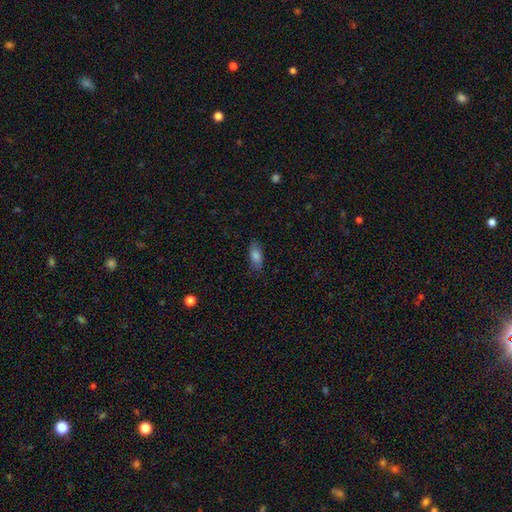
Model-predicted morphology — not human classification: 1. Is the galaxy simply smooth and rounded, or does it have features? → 77% smooth, 14% featured or disk, 8% star or artifact.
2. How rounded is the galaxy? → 83% in between, 13% cigar-shaped, 3% round.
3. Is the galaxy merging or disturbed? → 83% none, 13% minor disturbance, 3% major disturbance, 1% merger.